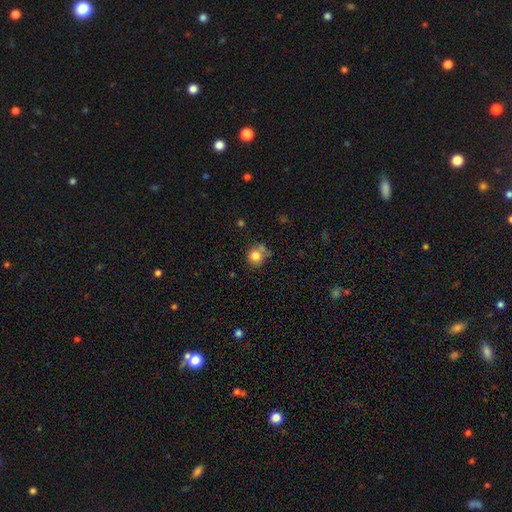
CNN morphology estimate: Smooth or featured?
  - smooth: 81% *
  - star or artifact: 11%
  - featured or disk: 8%
How rounded?
  - round: 83% *
  - in between: 16%
  - cigar-shaped: 1%
Merging?
  - none: 57% *
  - minor disturbance: 21%
  - merger: 15%
  - major disturbance: 7%